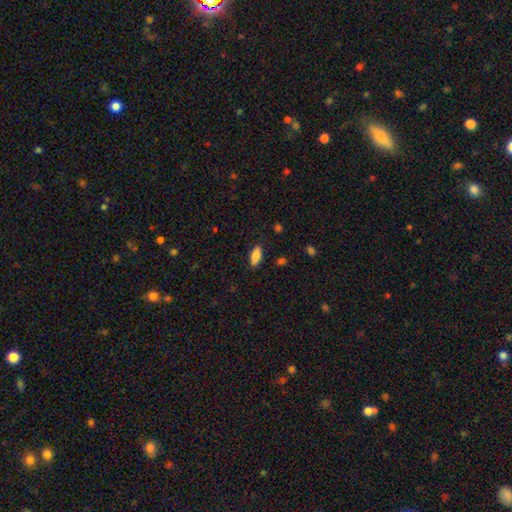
smooth-or-featured: smooth: 75% | featured or disk: 22% | star or artifact: 3%
  how-rounded: in between: 63% | cigar-shaped: 37% | round: 0%
  merging: none: 86% | minor disturbance: 11% | major disturbance: 3% | merger: 0%